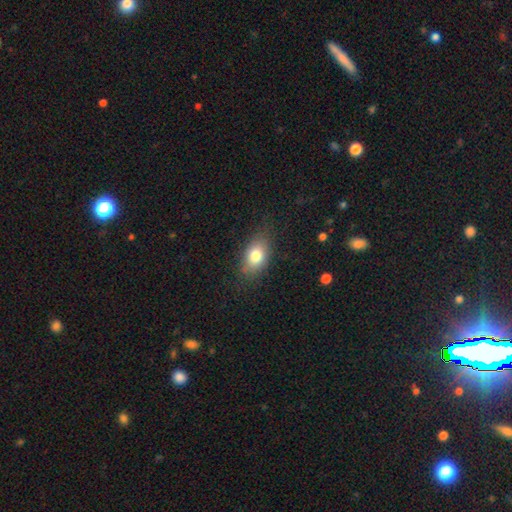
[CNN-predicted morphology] Q: Smooth or featured?
A: smooth (78%); runner-up: featured or disk (13%)
Q: How rounded?
A: in between (83%); runner-up: round (14%)
Q: Merging?
A: none (78%); runner-up: minor disturbance (16%)